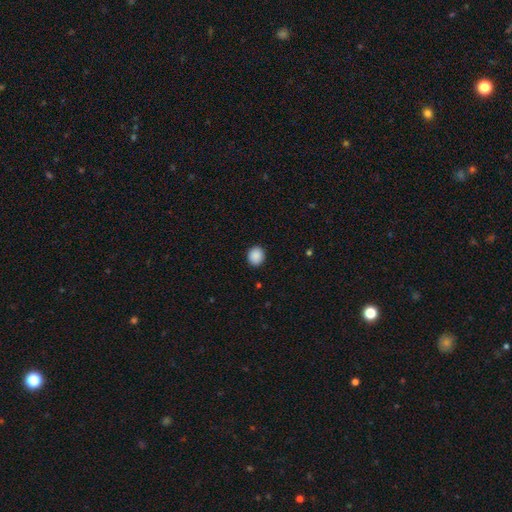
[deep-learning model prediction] smooth_or_featured: smooth (p=0.89) [alt: star or artifact p=0.08]
how_rounded: round (p=0.75) [alt: in between p=0.24]
merging: none (p=0.91) [alt: minor disturbance p=0.06]